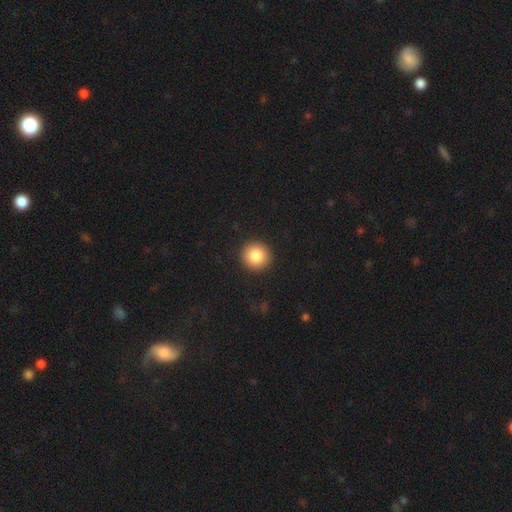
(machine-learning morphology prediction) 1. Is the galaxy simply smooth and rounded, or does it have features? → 84% smooth, 9% star or artifact, 7% featured or disk.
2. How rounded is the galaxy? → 94% round, 5% in between, 1% cigar-shaped.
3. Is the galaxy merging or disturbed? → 93% none, 5% minor disturbance, 2% major disturbance, 1% merger.